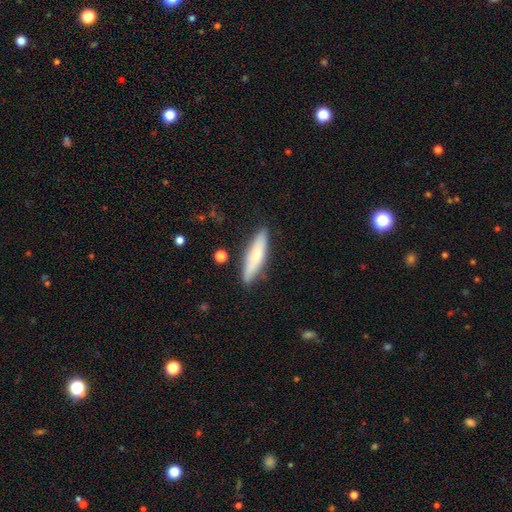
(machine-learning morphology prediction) A smooth galaxy with no disk features (73%) that is cigar-shaped (76%). Merging: none (83%).